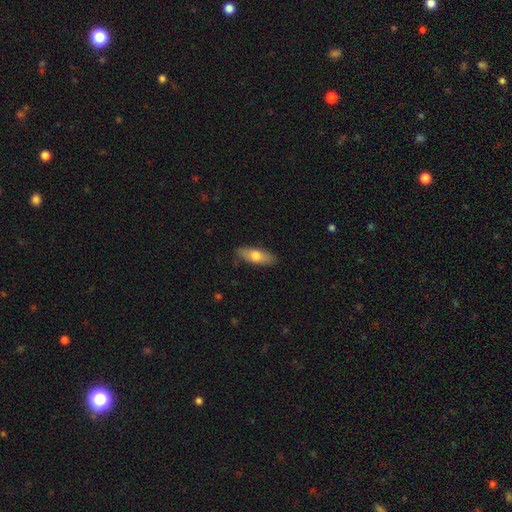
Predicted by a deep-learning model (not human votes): Q: Smooth or featured?
A: smooth (71%); runner-up: featured or disk (23%)
Q: How rounded?
A: in between (63%); runner-up: cigar-shaped (34%)
Q: Merging?
A: none (86%); runner-up: minor disturbance (11%)